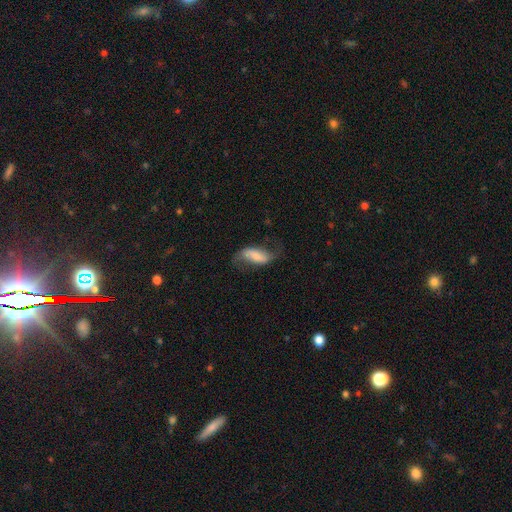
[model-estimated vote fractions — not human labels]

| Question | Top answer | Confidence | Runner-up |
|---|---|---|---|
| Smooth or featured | featured or disk | 53% | smooth (39%) |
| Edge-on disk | no | 92% | yes (8%) |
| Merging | none | 57% | minor disturbance (23%) |